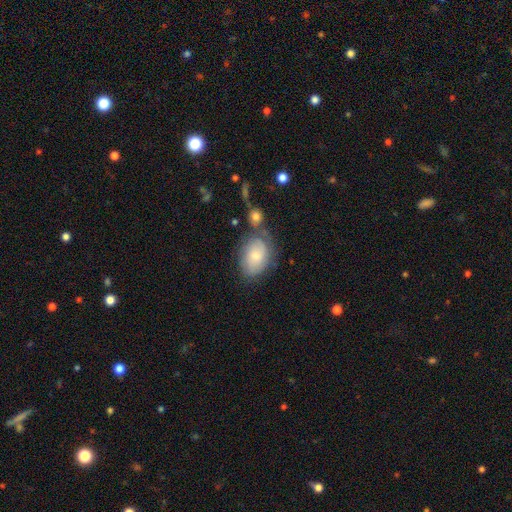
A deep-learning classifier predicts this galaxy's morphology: A smooth galaxy with no disk features (69%) that is in between round and cigar-shaped (80%).

Vote fractions:
- Smooth or featured? smooth: 69% / featured or disk: 24% / star or artifact: 7%
- How rounded? in between: 80% / round: 19% / cigar-shaped: 1%
- Merging? none: 55% / minor disturbance: 22% / merger: 14% / major disturbance: 9%